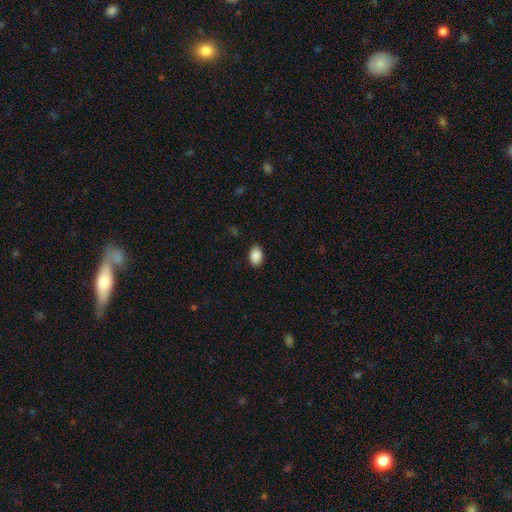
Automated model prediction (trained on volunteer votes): Smooth or featured? Predicted: smooth (p=0.90). How rounded? Predicted: in between (p=0.86). Merging? Predicted: none (p=0.87).